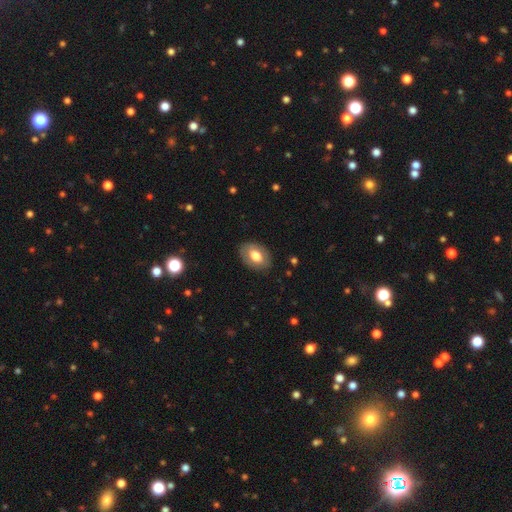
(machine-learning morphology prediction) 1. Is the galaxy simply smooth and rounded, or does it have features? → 68% smooth, 25% featured or disk, 7% star or artifact.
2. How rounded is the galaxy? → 85% in between, 14% round, 1% cigar-shaped.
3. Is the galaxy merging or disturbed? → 84% none, 12% minor disturbance, 4% major disturbance, 1% merger.